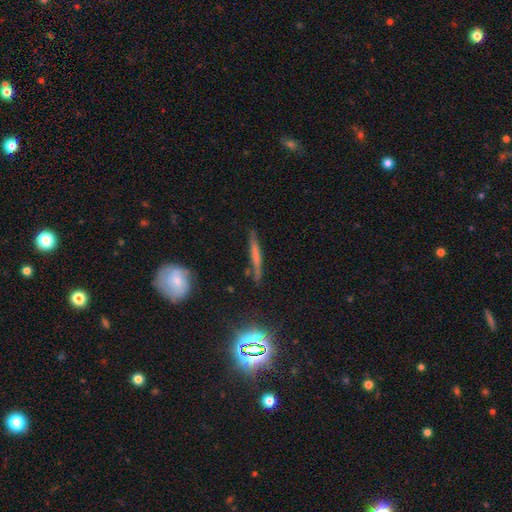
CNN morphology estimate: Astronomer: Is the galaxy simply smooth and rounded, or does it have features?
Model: smooth — 46% (runner-up: featured or disk, 42%).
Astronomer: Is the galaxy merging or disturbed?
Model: none — 79%.